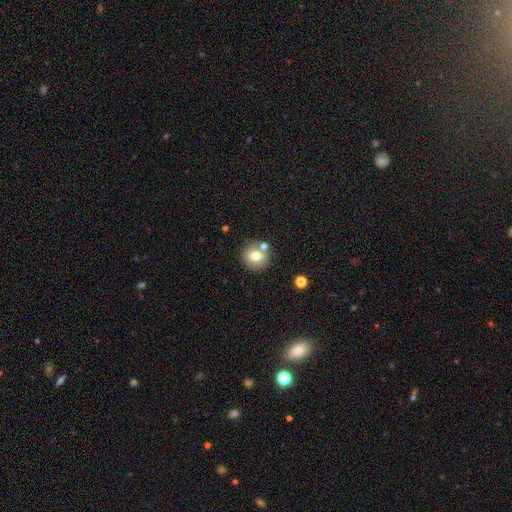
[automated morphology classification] This is likely a smooth galaxy (71%). How rounded: clearly round (86%). Merging: likely none (76%).